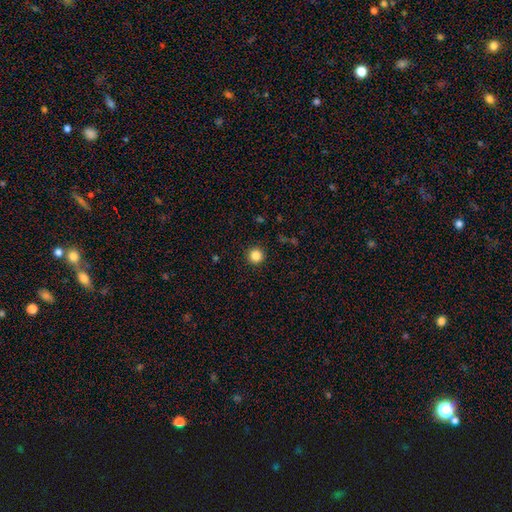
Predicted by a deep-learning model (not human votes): This is clearly a smooth galaxy (84%). How rounded: clearly round (96%). Merging: clearly none (93%).